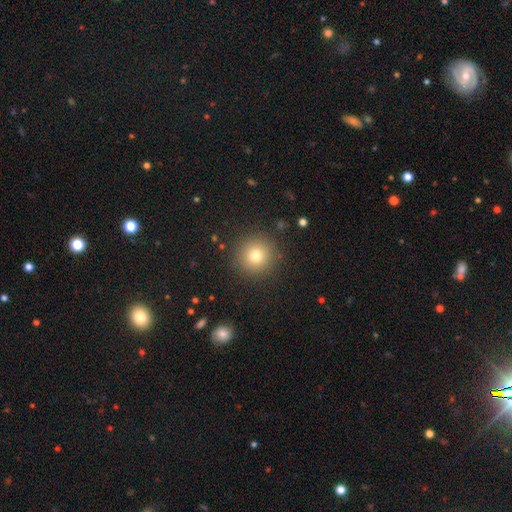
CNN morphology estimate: Smooth or featured? smooth (76%)
How rounded? round (95%)
Merging? none (90%)